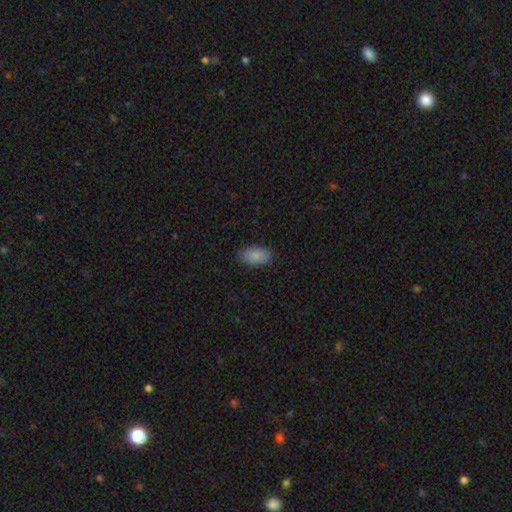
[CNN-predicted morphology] The model was most divided on "merging": none: 87%, minor disturbance: 10%, major disturbance: 2%, merger: 1%. More confident: how rounded — in between (94%); smooth or featured — smooth (88%).